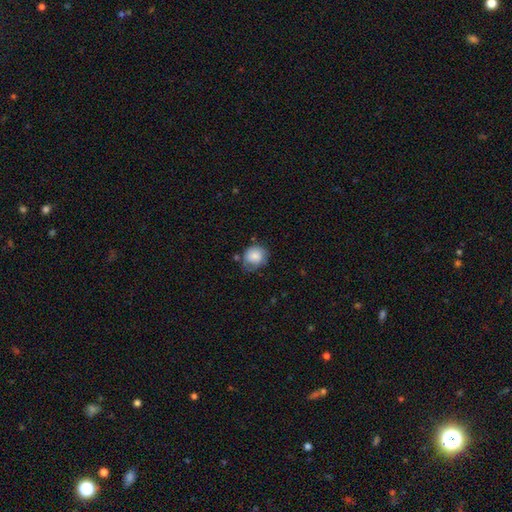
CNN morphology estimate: Q: Smooth or featured?
A: smooth (81%); runner-up: featured or disk (12%)
Q: How rounded?
A: round (75%); runner-up: in between (24%)
Q: Merging?
A: none (53%); runner-up: minor disturbance (33%)